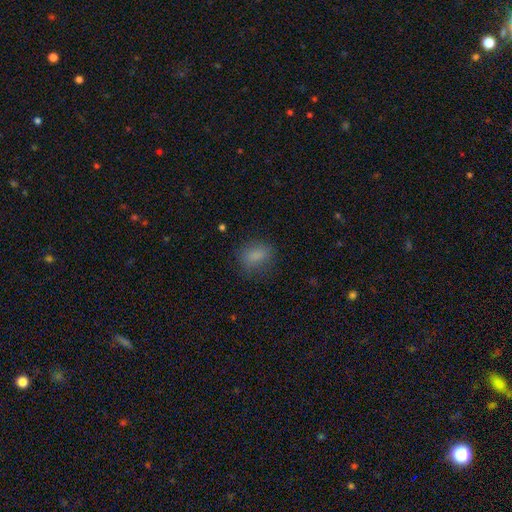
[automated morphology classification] Overall: smooth (81%). How rounded: in between (66%; round 31%). Merging: none (74%).